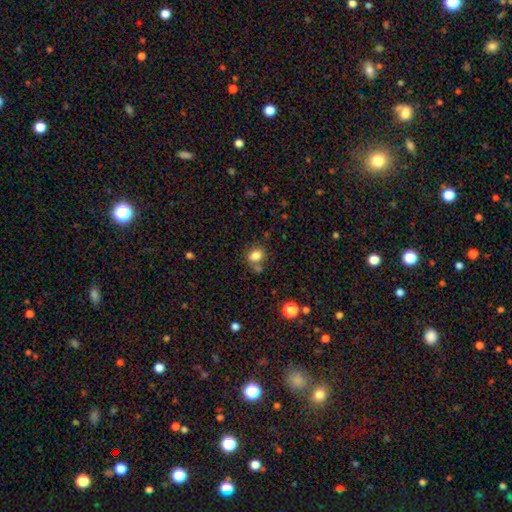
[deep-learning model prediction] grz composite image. It shows a smooth galaxy with no disk features (81%) that is round (52%). Merging: none (63%).